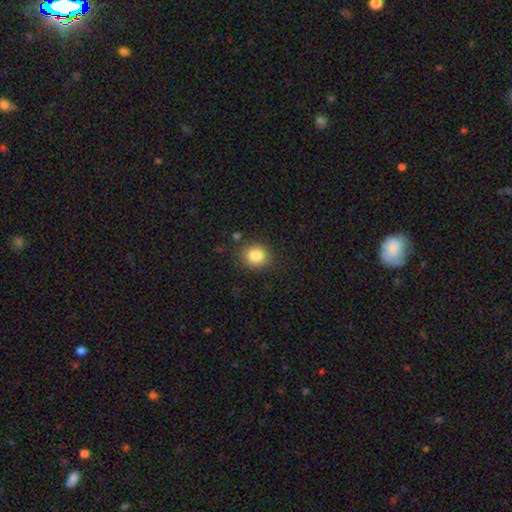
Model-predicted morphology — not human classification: Smooth or featured? Predicted: smooth (p=0.85). How rounded? Predicted: round (p=0.79). Merging? Predicted: none (p=0.86).